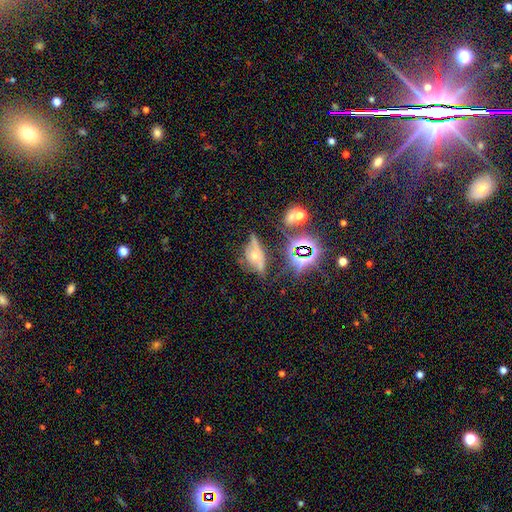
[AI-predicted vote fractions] Smooth or featured? Predicted: featured or disk (p=0.47). Merging? Predicted: none (p=0.46).